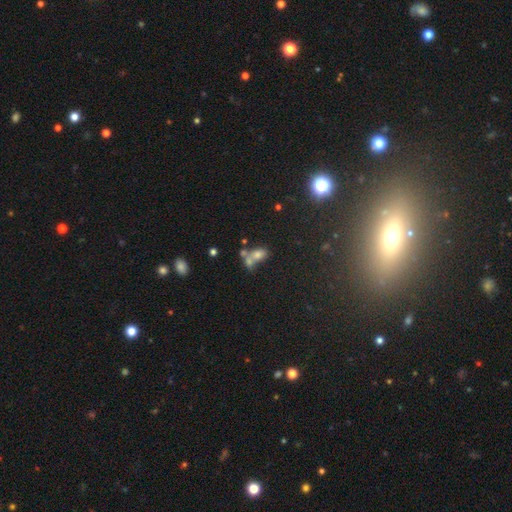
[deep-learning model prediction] This appears to be a smooth galaxy with no disk features (61%) that is in between round and cigar-shaped (76%). Merging: merger (57%).